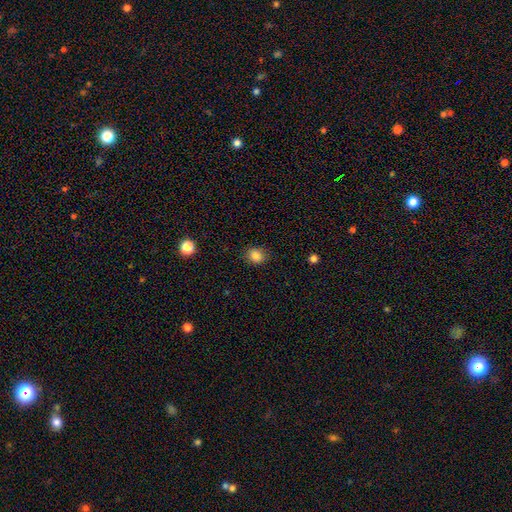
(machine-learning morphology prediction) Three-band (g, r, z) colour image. It shows a smooth galaxy with no disk features (85%) that is round (64%). Merging: none (83%).